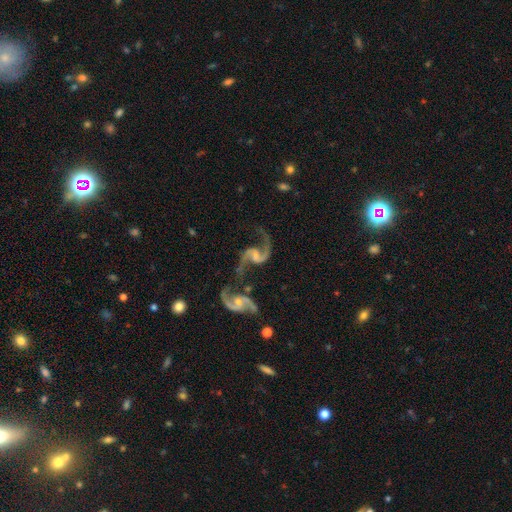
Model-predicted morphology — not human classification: Smooth or featured? Predicted: featured or disk (p=0.91). Edge-on disk? Predicted: no (p=0.98). Bar? Predicted: weak (p=0.46). Spiral arms? Predicted: yes (p=0.97). Spiral winding? Predicted: loose (p=0.70). Spiral arm count? Predicted: 2 (p=0.91). Bulge size? Predicted: small (p=0.37). Merging? Predicted: merger (p=0.38).